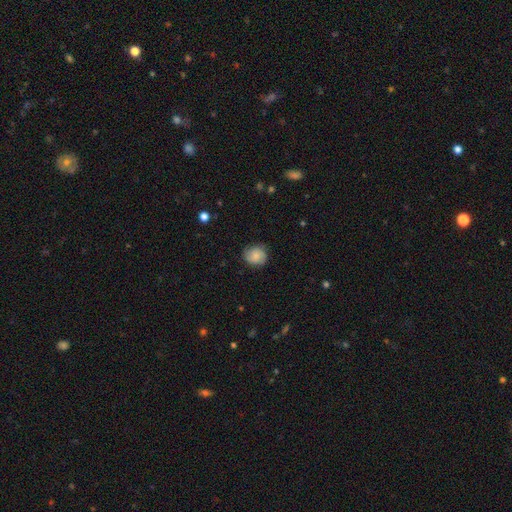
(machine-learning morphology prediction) Overall: smooth (67%). How rounded: round (80%). Merging: none (78%).